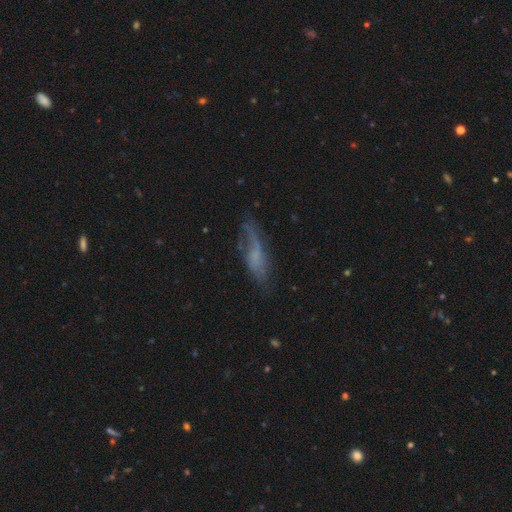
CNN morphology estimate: Smooth or featured?
  - featured or disk: 47% *
  - smooth: 43%
  - star or artifact: 11%
Merging?
  - none: 52% *
  - minor disturbance: 27%
  - major disturbance: 18%
  - merger: 3%